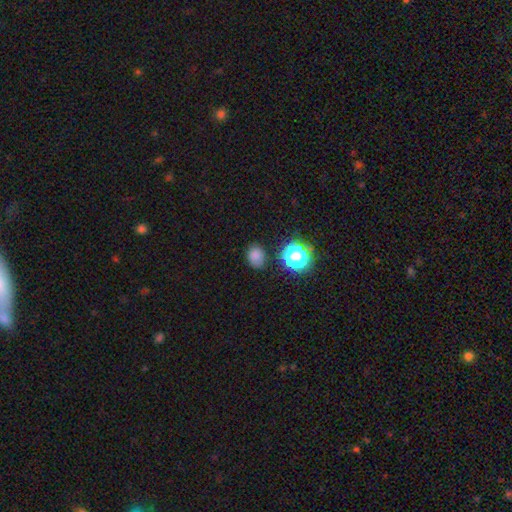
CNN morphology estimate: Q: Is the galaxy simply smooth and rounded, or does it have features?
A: smooth — 76%.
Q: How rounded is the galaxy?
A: round — 54%.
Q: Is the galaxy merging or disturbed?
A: none — 76%.